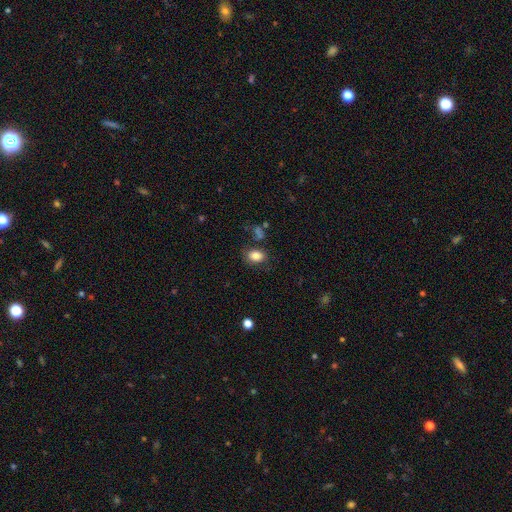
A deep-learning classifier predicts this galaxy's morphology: The model was most divided on "how rounded": in between: 71%, round: 28%, cigar-shaped: 1%. More confident: smooth or featured — smooth (84%); merging — none (73%).